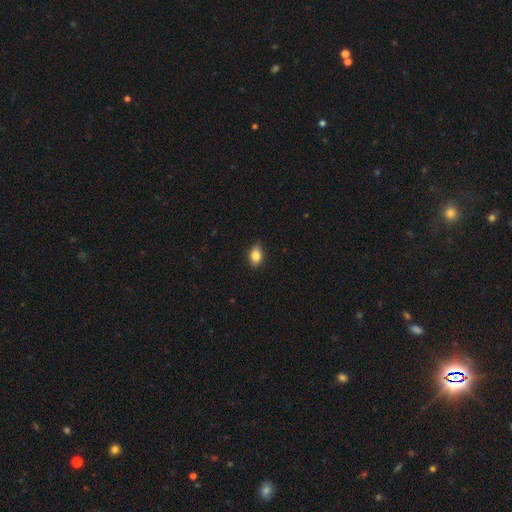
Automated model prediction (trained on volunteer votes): smooth-or-featured: smooth: 83% | featured or disk: 9% | star or artifact: 8%
  how-rounded: in between: 83% | round: 14% | cigar-shaped: 3%
  merging: none: 84% | minor disturbance: 13% | major disturbance: 2% | merger: 1%